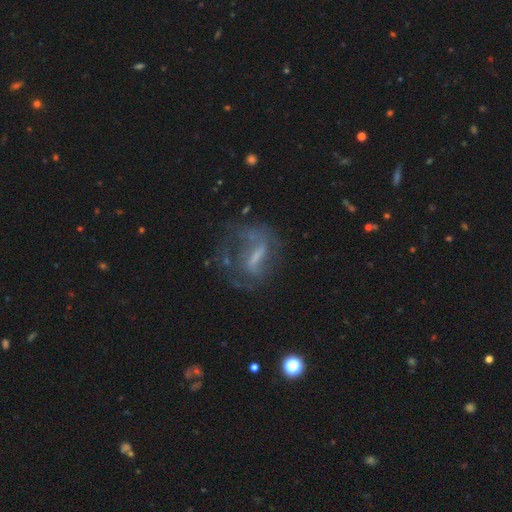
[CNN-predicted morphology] featured or disk 64%, smooth 22%, star or artifact 14%. Down the decision tree: edge-on disk — no (89%); bar — strong (44%); spiral arms — yes (62%); bulge size — none (42%); merging — none (49%).